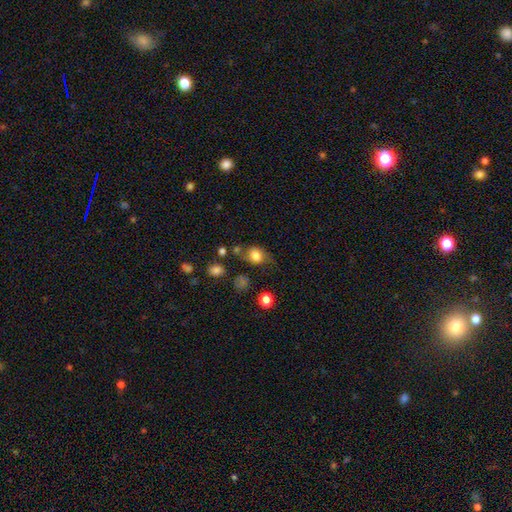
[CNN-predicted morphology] Smooth or featured: smooth — 77% (featured or disk — 13%)
How rounded: in between — 57% (round — 41%)
Merging: none — 56% (minor disturbance — 26%)